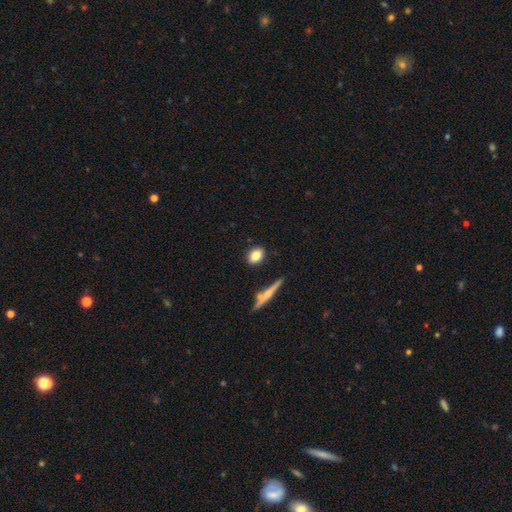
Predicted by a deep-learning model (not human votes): Morphology: type=smooth (80%); roundness=in between (61%); merging=none (84%).